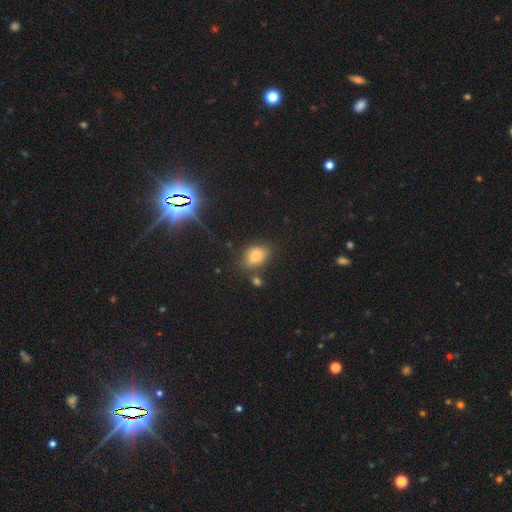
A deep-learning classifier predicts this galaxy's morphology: Smooth or featured: smooth — 76% (star or artifact — 15%)
How rounded: in between — 76% (round — 22%)
Merging: none — 68% (minor disturbance — 18%)